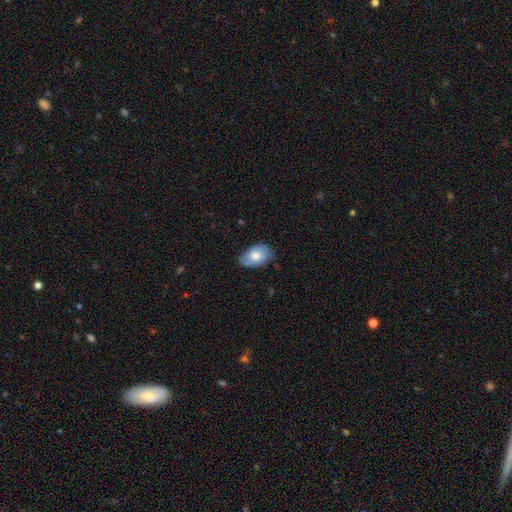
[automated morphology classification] smooth-or-featured: smooth: 70% | featured or disk: 23% | star or artifact: 6%
  how-rounded: in between: 90% | round: 8% | cigar-shaped: 1%
  merging: none: 74% | minor disturbance: 21% | major disturbance: 3% | merger: 1%